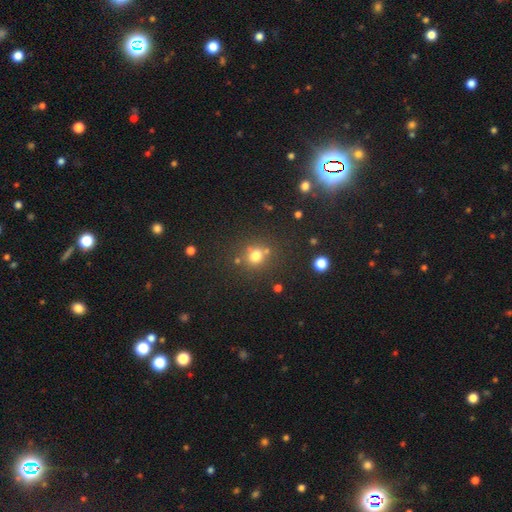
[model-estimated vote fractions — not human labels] Morphology: type=smooth (71%); roundness=round (83%); merging=none (70%).